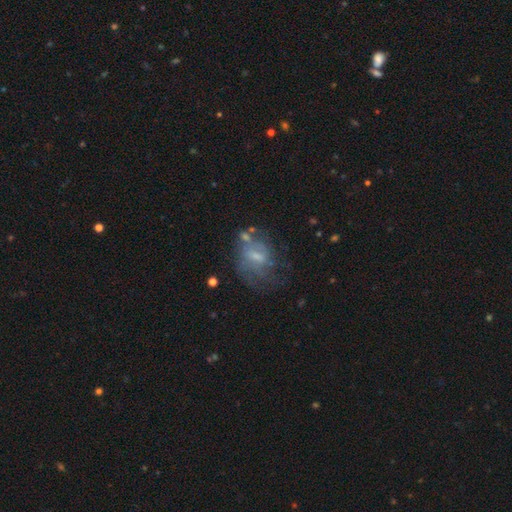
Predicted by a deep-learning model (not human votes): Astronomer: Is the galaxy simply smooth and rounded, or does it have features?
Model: featured or disk — 61%.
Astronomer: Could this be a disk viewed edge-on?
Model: no — 96%.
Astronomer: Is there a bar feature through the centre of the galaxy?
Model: weak — 53% (runner-up: no, 32%).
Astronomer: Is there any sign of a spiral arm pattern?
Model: yes — 55% (runner-up: no, 45%).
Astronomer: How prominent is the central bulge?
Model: small — 44% (runner-up: moderate, 33%).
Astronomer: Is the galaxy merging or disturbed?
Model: none — 40% (runner-up: major disturbance, 28%).